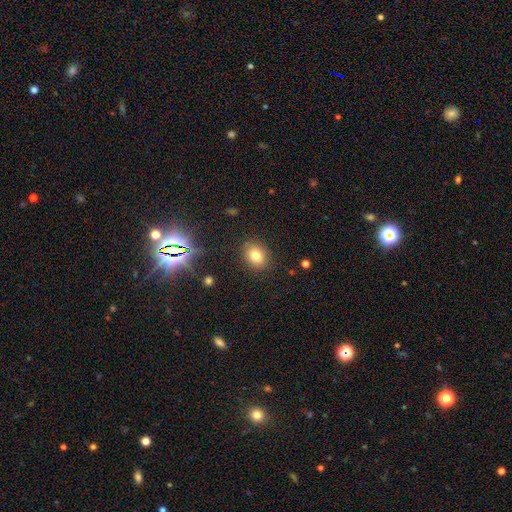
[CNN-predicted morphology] This appears to be a smooth galaxy with no disk features (77%) that is round (55%). Merging: none (87%).